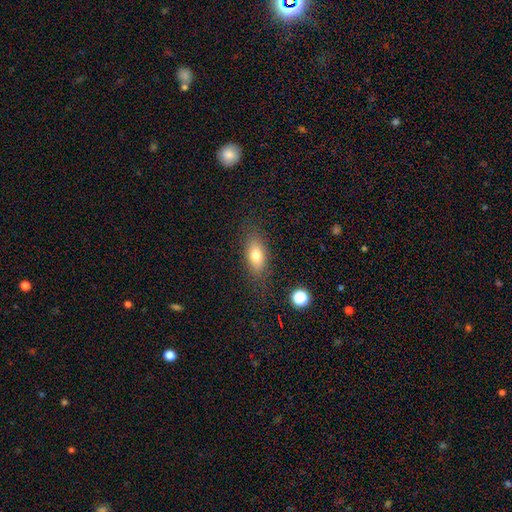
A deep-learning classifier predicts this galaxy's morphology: The model was most divided on "smooth or featured": smooth: 74%, featured or disk: 16%, star or artifact: 10%. More confident: merging — none (80%); how rounded — in between (79%).